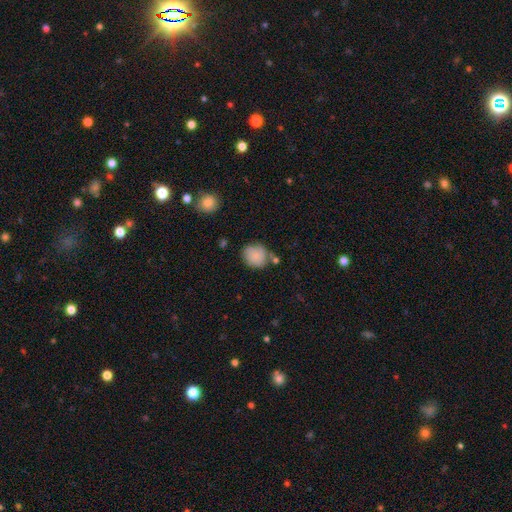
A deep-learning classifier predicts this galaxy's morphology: Q: Smooth or featured?
A: smooth (83%); runner-up: featured or disk (9%)
Q: How rounded?
A: round (77%); runner-up: in between (22%)
Q: Merging?
A: none (63%); runner-up: minor disturbance (22%)